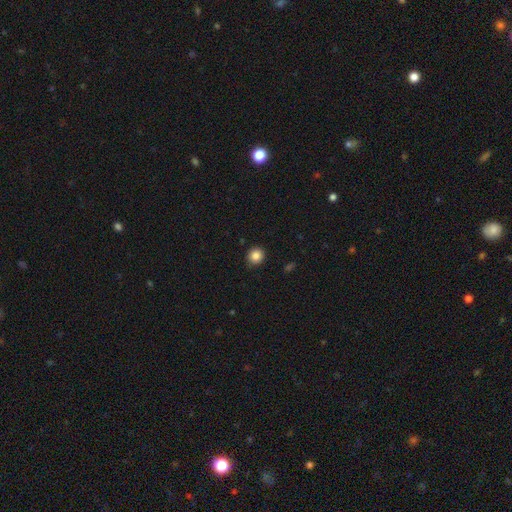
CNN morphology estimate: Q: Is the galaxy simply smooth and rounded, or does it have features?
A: smooth — 85%.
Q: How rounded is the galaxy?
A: round — 88%.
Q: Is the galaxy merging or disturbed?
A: none — 89%.